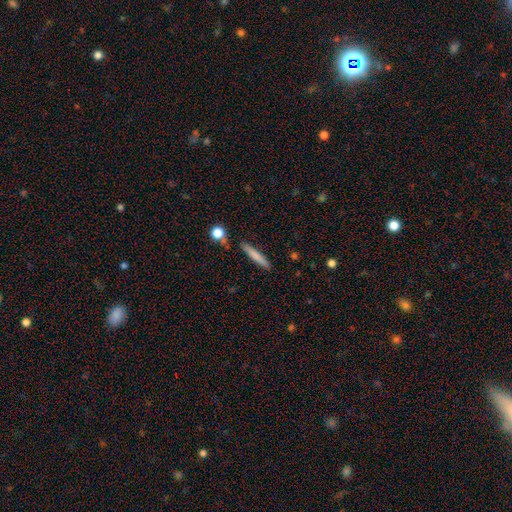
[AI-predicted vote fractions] This is likely a smooth galaxy (76%). How rounded: clearly cigar-shaped (94%). Merging: clearly none (82%).